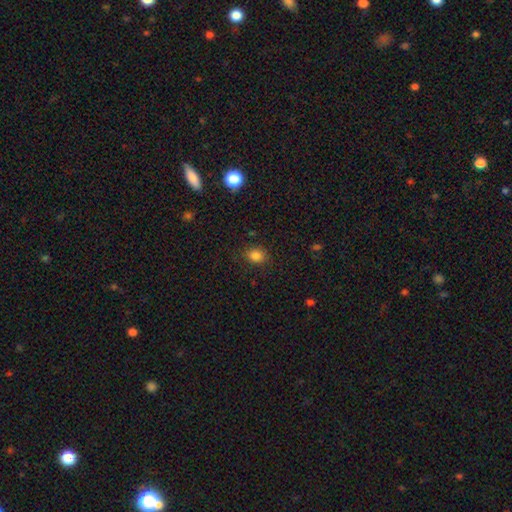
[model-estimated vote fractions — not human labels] A smooth galaxy with no disk features (83%) that is round (56%).

Vote fractions:
- Smooth or featured? smooth: 83% / star or artifact: 13% / featured or disk: 5%
- How rounded? round: 56% / in between: 43% / cigar-shaped: 1%
- Merging? none: 83% / minor disturbance: 12% / major disturbance: 3% / merger: 1%